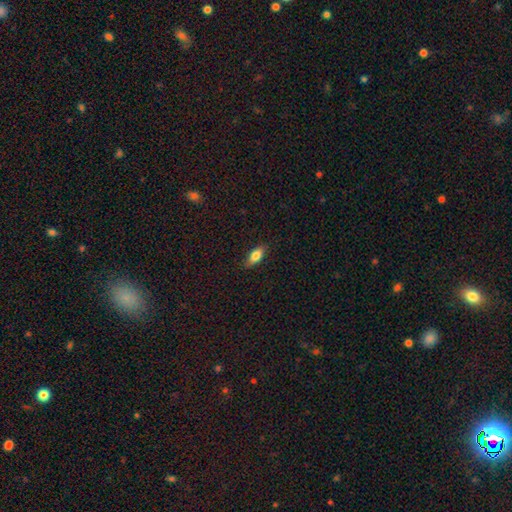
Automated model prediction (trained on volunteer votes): The model was most divided on "smooth or featured": smooth: 77%, featured or disk: 16%, star or artifact: 7%. More confident: merging — none (85%); how rounded — in between (80%).